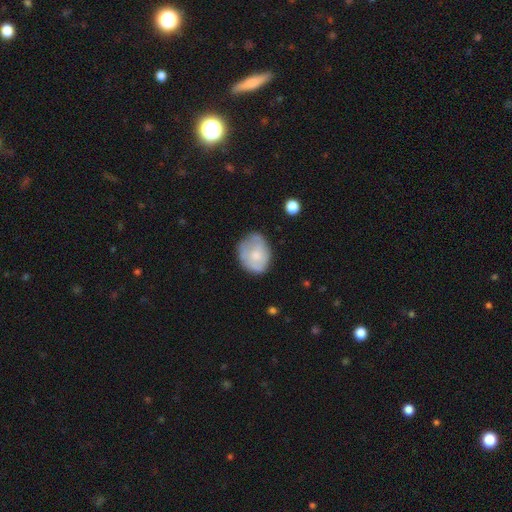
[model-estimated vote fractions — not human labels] Smooth or featured? Predicted: smooth (p=0.56). How rounded? Predicted: in between (p=0.53). Merging? Predicted: none (p=0.58).